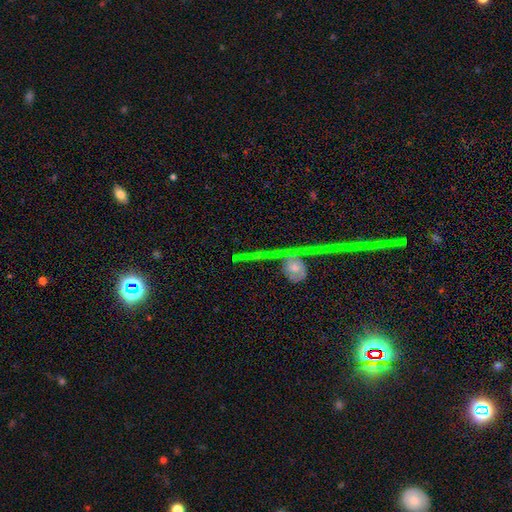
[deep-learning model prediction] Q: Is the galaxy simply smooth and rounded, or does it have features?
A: star or artifact — 52%.